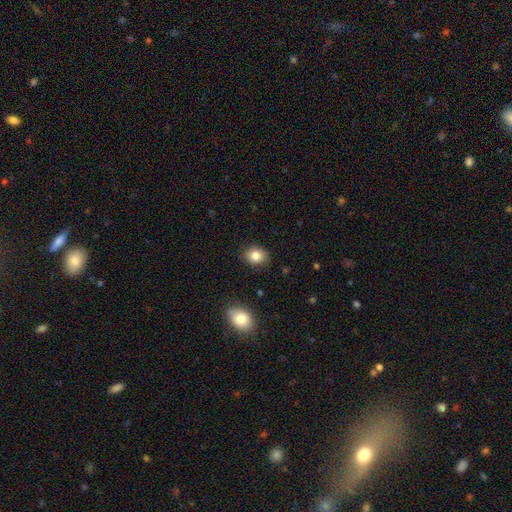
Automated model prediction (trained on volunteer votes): Q: Smooth or featured?
A: smooth (83%); runner-up: star or artifact (10%)
Q: How rounded?
A: round (51%); runner-up: in between (48%)
Q: Merging?
A: none (87%); runner-up: minor disturbance (10%)